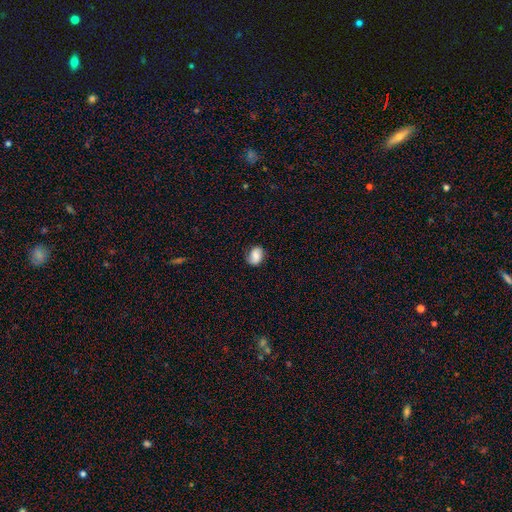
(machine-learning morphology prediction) Q: Smooth or featured?
A: smooth (72%); runner-up: featured or disk (19%)
Q: How rounded?
A: in between (62%); runner-up: round (37%)
Q: Merging?
A: none (77%); runner-up: minor disturbance (17%)